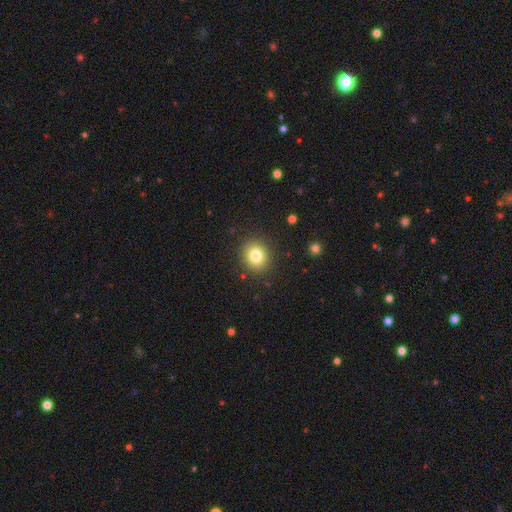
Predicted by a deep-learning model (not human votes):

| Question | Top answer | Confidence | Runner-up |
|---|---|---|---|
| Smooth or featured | smooth | 80% | star or artifact (11%) |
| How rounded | round | 75% | in between (24%) |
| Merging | none | 89% | minor disturbance (8%) |